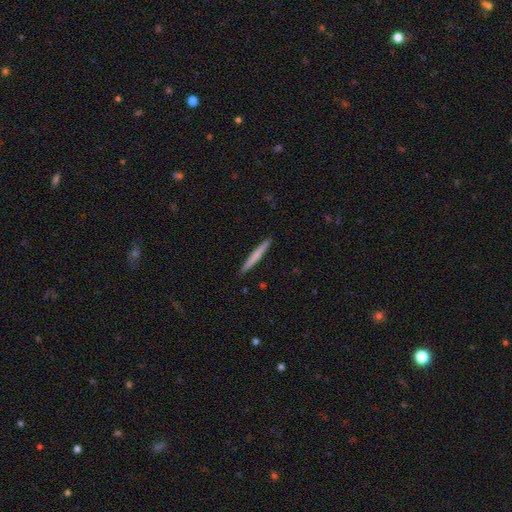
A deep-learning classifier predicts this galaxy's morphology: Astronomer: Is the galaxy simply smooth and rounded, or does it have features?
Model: smooth — 61%.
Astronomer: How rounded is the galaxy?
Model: cigar-shaped — 97%.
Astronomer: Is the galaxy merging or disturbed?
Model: none — 92%.